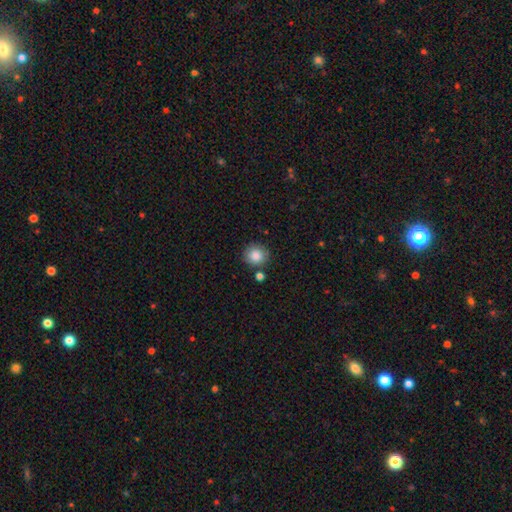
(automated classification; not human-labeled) A smooth galaxy with no disk features (86%) that is round (89%). Merging: none (82%).